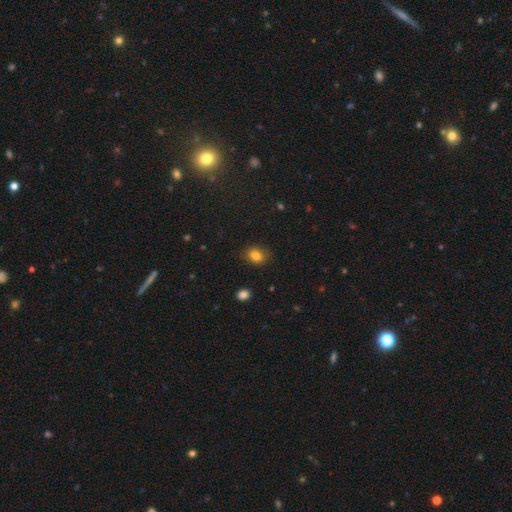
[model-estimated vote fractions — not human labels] Smooth or featured? Predicted: smooth (p=0.83). How rounded? Predicted: in between (p=0.59). Merging? Predicted: none (p=0.84).